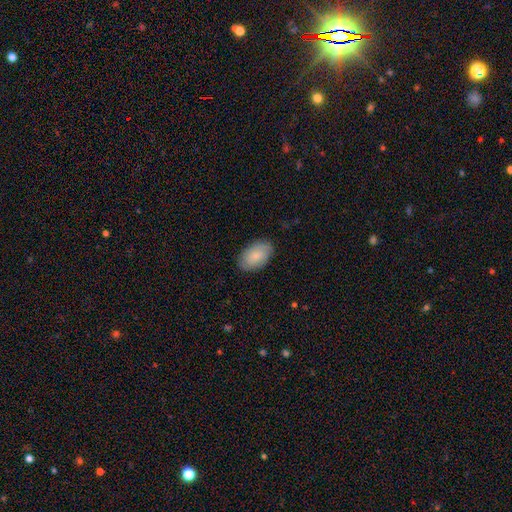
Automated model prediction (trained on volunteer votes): smooth-or-featured: smooth: 79% | featured or disk: 15% | star or artifact: 6%
  how-rounded: in between: 93% | round: 6% | cigar-shaped: 1%
  merging: none: 85% | minor disturbance: 12% | major disturbance: 3% | merger: 1%